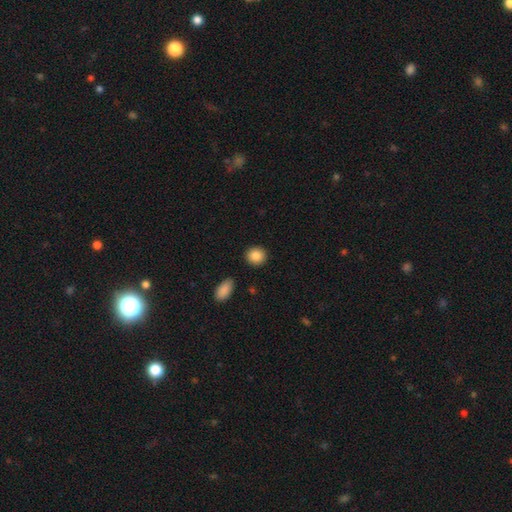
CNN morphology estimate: Q: Smooth or featured?
A: smooth (87%); runner-up: star or artifact (8%)
Q: How rounded?
A: round (85%); runner-up: in between (14%)
Q: Merging?
A: none (90%); runner-up: minor disturbance (6%)